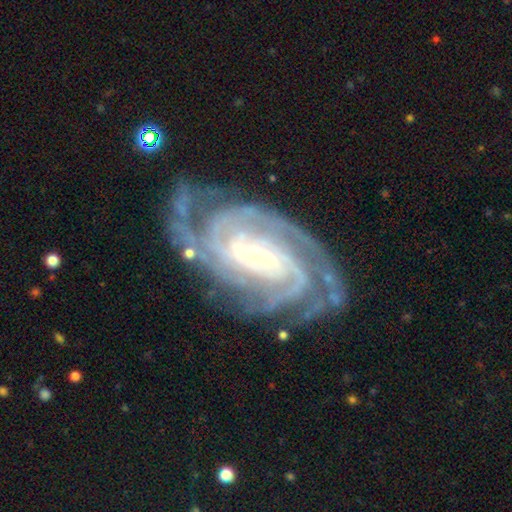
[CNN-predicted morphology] Smooth or featured: featured or disk — 93% (star or artifact — 4%)
Edge-on disk: no — 97% (yes — 3%)
Bar: strong — 36% (tied with weak — 36%)
Spiral arms: yes — 99% (no — 1%)
Spiral winding: tight — 70% (medium — 27%)
Spiral arm count: 4 — 29% (3 — 27%)
Bulge size: small — 73% (moderate — 21%)
Merging: none — 72% (minor disturbance — 18%)